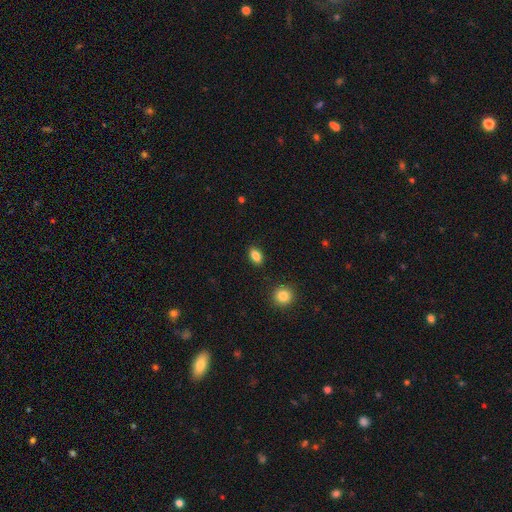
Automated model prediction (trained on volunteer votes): Smooth or featured? Predicted: smooth (p=0.85). How rounded? Predicted: in between (p=0.87). Merging? Predicted: none (p=0.88).